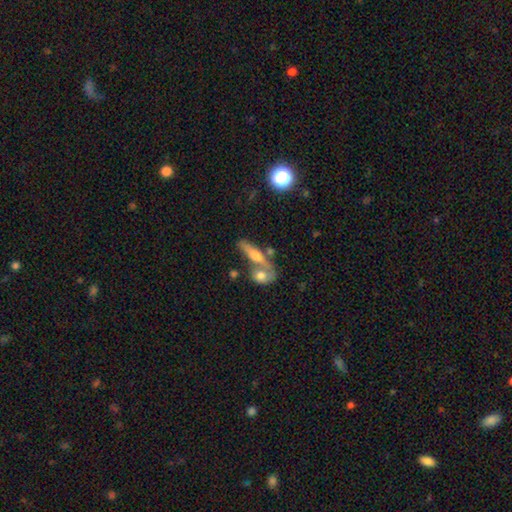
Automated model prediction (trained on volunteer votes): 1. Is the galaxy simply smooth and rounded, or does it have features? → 49% featured or disk, 42% smooth, 9% star or artifact.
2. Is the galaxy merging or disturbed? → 42% none (tied), 42% merger (tied), 10% minor disturbance, 6% major disturbance.